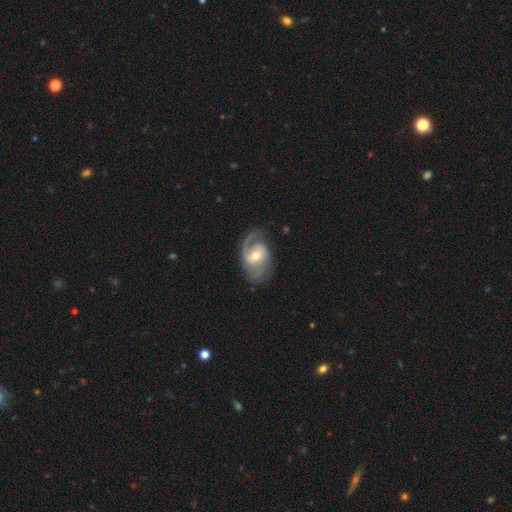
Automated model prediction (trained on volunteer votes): The model was most divided on "bar": no: 48%, weak: 40%, strong: 12%. Remaining: edge-on disk — no (96%); spiral arms — yes (94%); smooth or featured — featured or disk (82%); merging — none (63%); bulge size — moderate (63%); spiral arm count — 2 (47%); spiral winding — medium (45%).